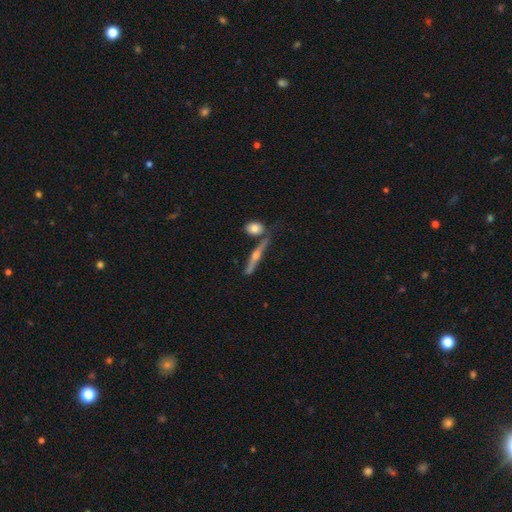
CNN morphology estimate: Smooth or featured?
  - featured or disk: 71% *
  - smooth: 21%
  - star or artifact: 8%
Edge-on disk?
  - yes: 94% *
  - no: 6%
Edge-on bulge?
  - rounded: 88% *
  - none: 7%
  - boxy: 5%
Merging?
  - none: 71% *
  - merger: 13%
  - minor disturbance: 12%
  - major disturbance: 4%